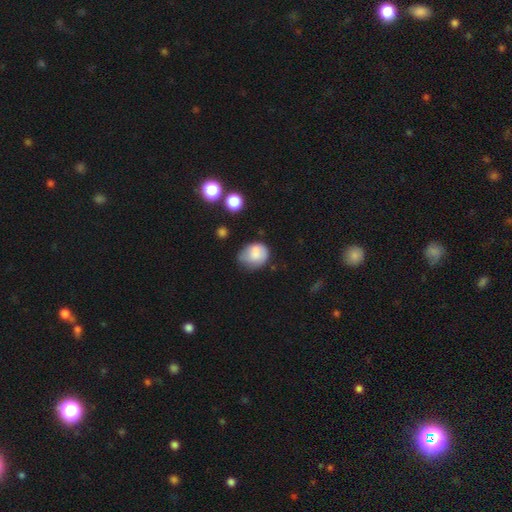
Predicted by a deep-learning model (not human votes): smooth_or_featured: smooth (p=0.78) [alt: featured or disk p=0.14]
how_rounded: round (p=0.55) [alt: in between p=0.44]
merging: none (p=0.45) [alt: minor disturbance p=0.38]